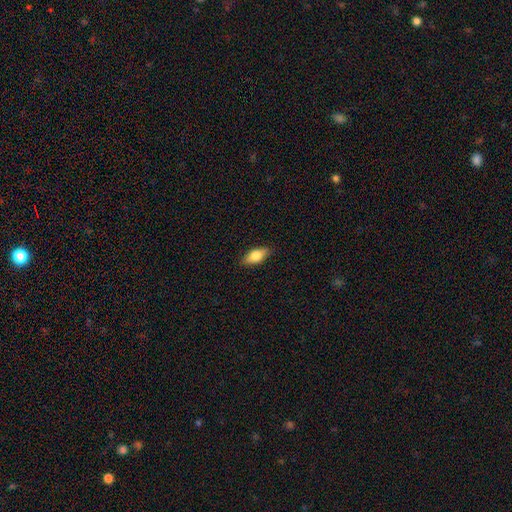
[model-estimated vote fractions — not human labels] The model was most divided on "smooth or featured": smooth: 76%, featured or disk: 17%, star or artifact: 6%. More confident: merging — none (88%); how rounded — in between (85%).